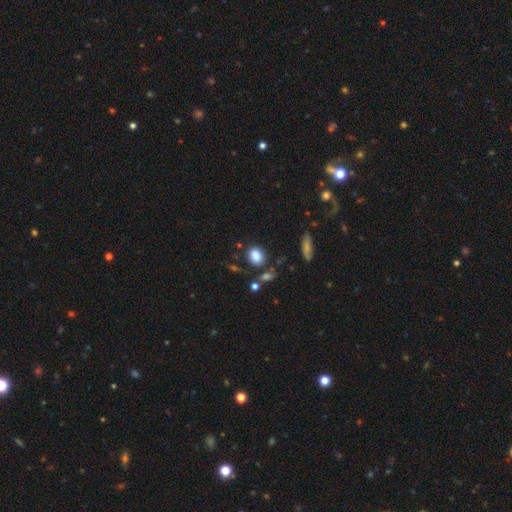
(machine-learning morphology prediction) This appears to be a smooth galaxy with no disk features (84%) that is in between round and cigar-shaped (49%, tied with round). Merging: none (79%).